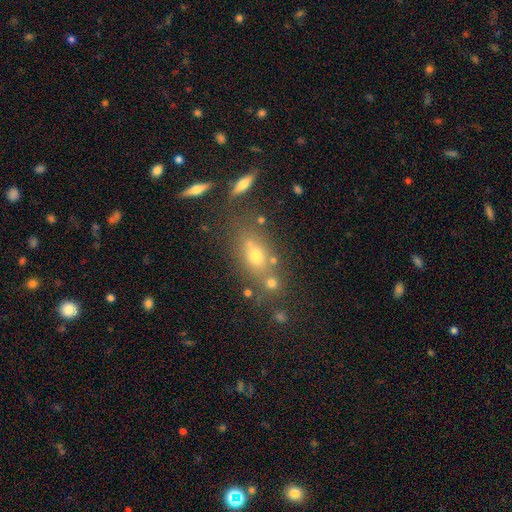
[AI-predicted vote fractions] smooth 62%, featured or disk 21%, star or artifact 17%. Down the decision tree: how rounded — in between (65%); merging — none (60%).